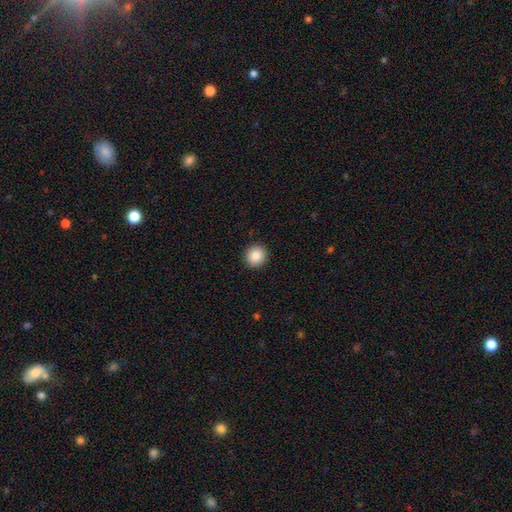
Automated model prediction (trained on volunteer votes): Morphology: type=smooth (87%); roundness=round (93%); merging=none (92%).